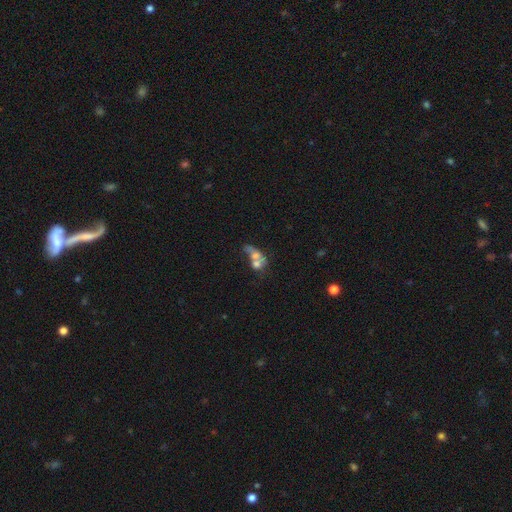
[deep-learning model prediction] Smooth or featured?
  - smooth: 52% *
  - featured or disk: 36%
  - star or artifact: 13%
How rounded?
  - in between: 61% *
  - round: 32%
  - cigar-shaped: 7%
Merging?
  - merger: 63% *
  - none: 16%
  - major disturbance: 13%
  - minor disturbance: 8%